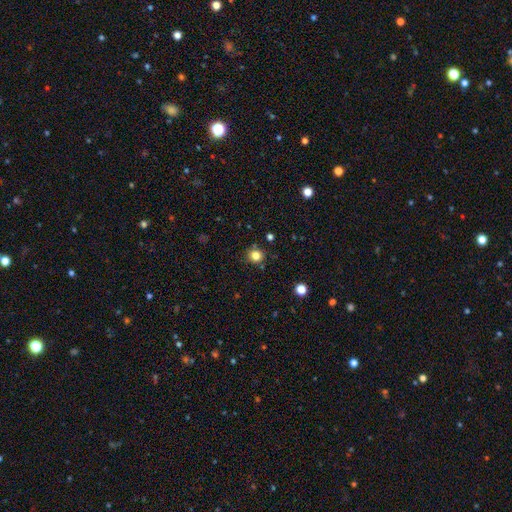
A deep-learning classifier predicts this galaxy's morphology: The model was most divided on "smooth or featured": smooth: 81%, star or artifact: 14%, featured or disk: 5%. More confident: how rounded — round (86%); merging — none (84%).